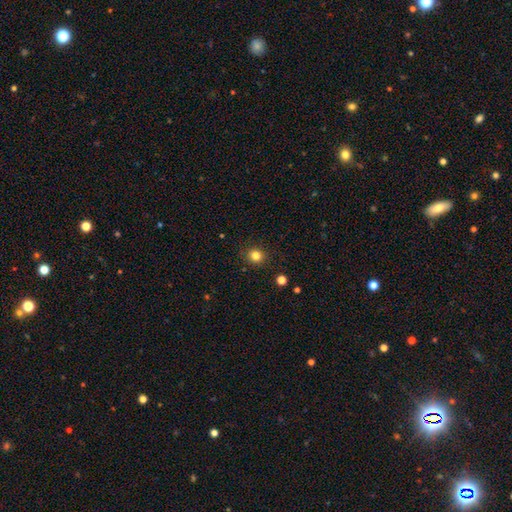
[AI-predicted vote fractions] smooth-or-featured: smooth: 82% | star or artifact: 13% | featured or disk: 5%
  how-rounded: round: 86% | in between: 13% | cigar-shaped: 1%
  merging: none: 89% | minor disturbance: 7% | major disturbance: 2% | merger: 1%